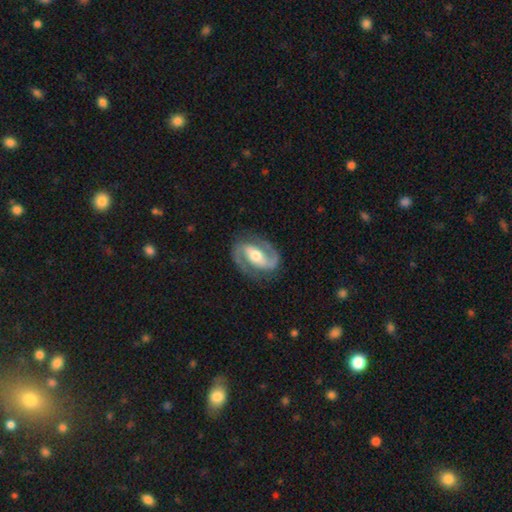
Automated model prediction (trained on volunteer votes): Overall: featured or disk (90%). Edge-on disk: no (97%). Bar: strong (38%; weak 37%). Spiral arms: yes (97%). Spiral arm count: 2 (93%). Spiral winding: medium (57%; tight 26%). Bulge size: moderate (67%). Merging: none (82%).